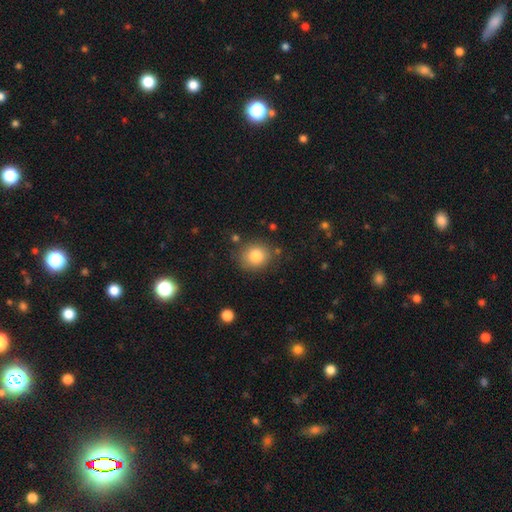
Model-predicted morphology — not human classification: Smooth or featured? smooth (82%)
How rounded? round (78%)
Merging? none (81%)